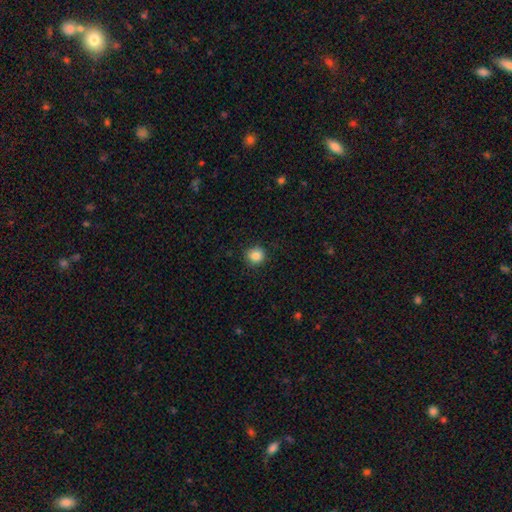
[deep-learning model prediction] A smooth galaxy with no disk features (86%) that is round (90%).

Vote fractions:
- Smooth or featured? smooth: 86% / star or artifact: 10% / featured or disk: 4%
- How rounded? round: 90% / in between: 9% / cigar-shaped: 1%
- Merging? none: 89% / minor disturbance: 8% / major disturbance: 2% / merger: 1%